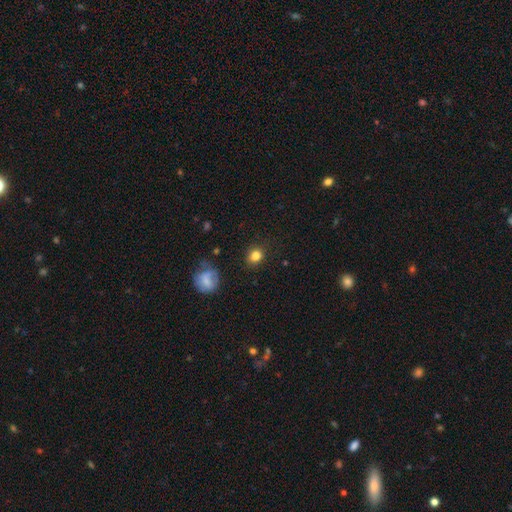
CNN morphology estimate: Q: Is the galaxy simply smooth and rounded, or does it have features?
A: smooth — 83%.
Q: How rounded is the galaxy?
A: round — 64%.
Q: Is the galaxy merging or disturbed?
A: none — 83%.